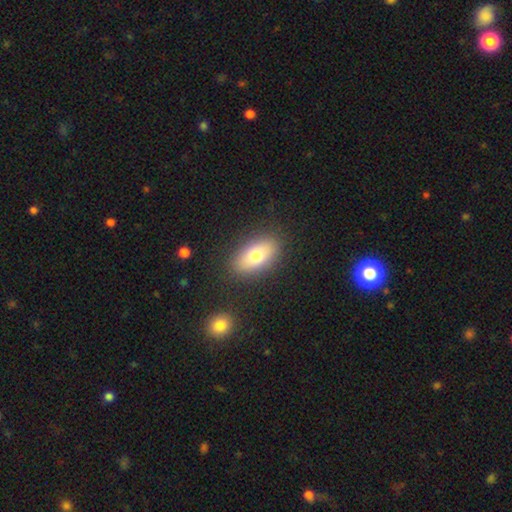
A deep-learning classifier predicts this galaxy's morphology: type=smooth (75%); roundness=in between (89%); merging=none (86%).